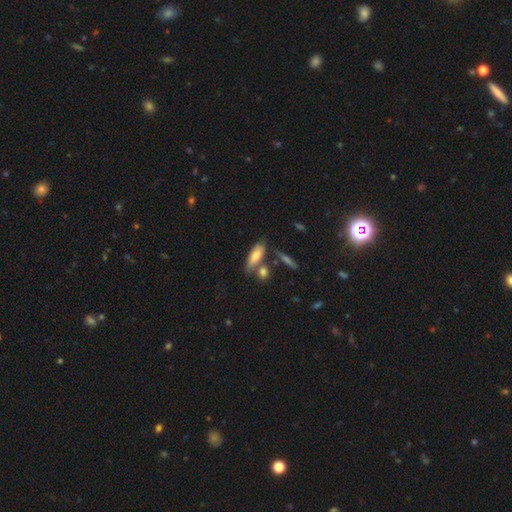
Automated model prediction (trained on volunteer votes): Smooth or featured?
  - smooth: 72% *
  - featured or disk: 21%
  - star or artifact: 7%
How rounded?
  - in between: 67% *
  - cigar-shaped: 30%
  - round: 3%
Merging?
  - none: 58% *
  - merger: 20%
  - minor disturbance: 17%
  - major disturbance: 5%